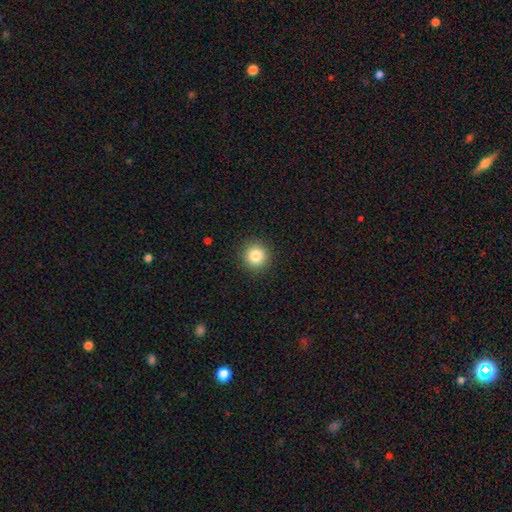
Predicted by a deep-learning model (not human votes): Morphology: type=smooth (83%); roundness=round (94%); merging=none (92%).